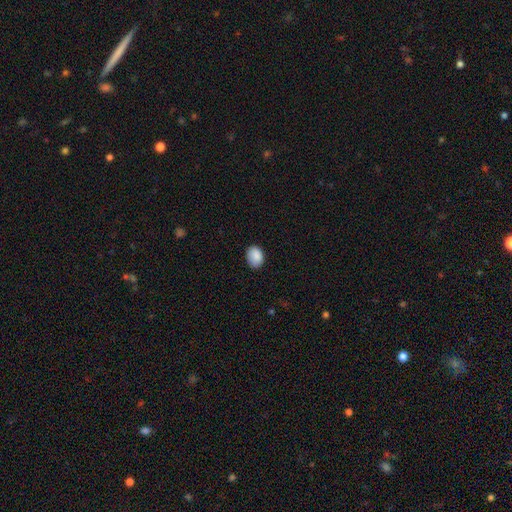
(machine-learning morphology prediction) Smooth or featured?
  - smooth: 89% *
  - star or artifact: 8%
  - featured or disk: 4%
How rounded?
  - in between: 70% *
  - round: 29%
  - cigar-shaped: 1%
Merging?
  - none: 81% *
  - minor disturbance: 16%
  - major disturbance: 3%
  - merger: 1%